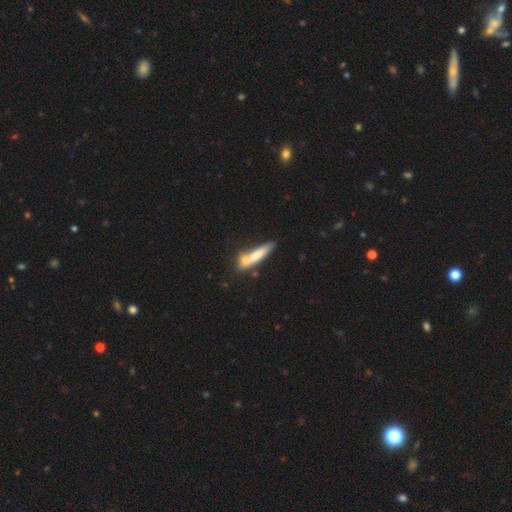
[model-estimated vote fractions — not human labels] Q: Smooth or featured?
A: smooth (68%); runner-up: featured or disk (26%)
Q: How rounded?
A: cigar-shaped (80%); runner-up: in between (18%)
Q: Merging?
A: none (46%); runner-up: merger (33%)